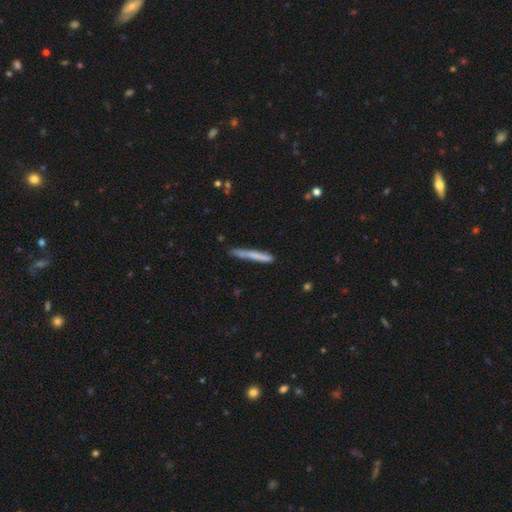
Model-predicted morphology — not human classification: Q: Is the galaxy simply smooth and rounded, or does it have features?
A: smooth — 64%.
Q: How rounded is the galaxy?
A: cigar-shaped — 96%.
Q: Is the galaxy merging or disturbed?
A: none — 77%.